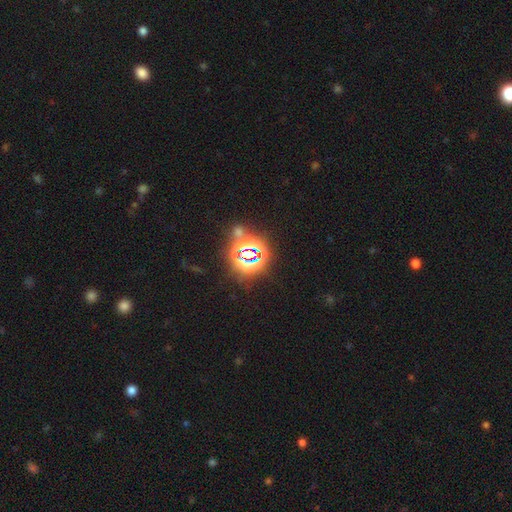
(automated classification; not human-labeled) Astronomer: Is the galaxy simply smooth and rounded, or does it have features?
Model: star or artifact — 81%.